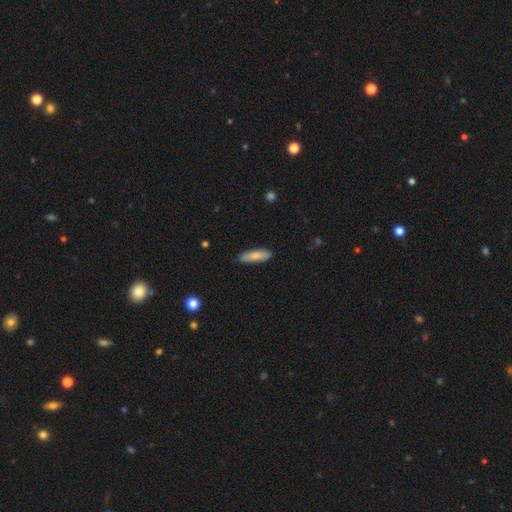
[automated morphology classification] The model was most divided on "how rounded": cigar-shaped: 58%, in between: 40%, round: 2%. More confident: merging — none (85%); smooth or featured — smooth (81%).